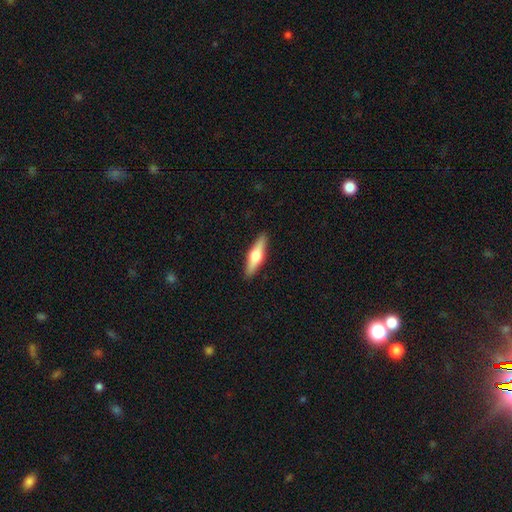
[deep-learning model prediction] smooth-or-featured: featured or disk: 52% | smooth: 42% | star or artifact: 6%
  disk-edge-on: yes: 95% | no: 5%
  merging: none: 91% | minor disturbance: 7% | major disturbance: 1% | merger: 1%